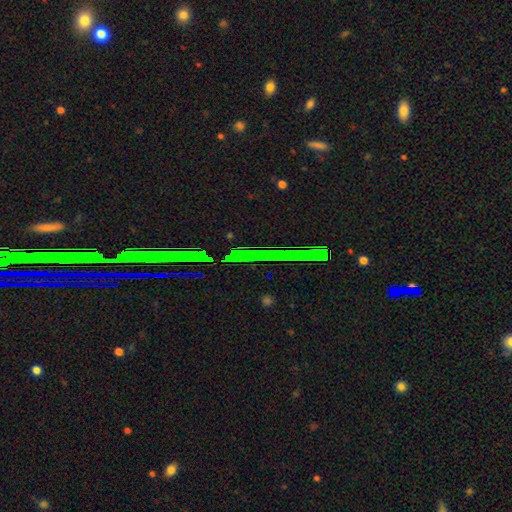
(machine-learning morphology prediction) This is likely a star or artifact rather than a galaxy (67%).